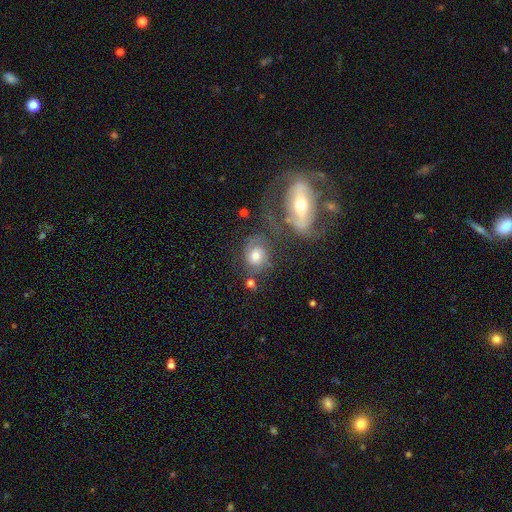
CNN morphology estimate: featured or disk 56%, smooth 33%, star or artifact 10%. Down the decision tree: edge-on disk — no (95%); bar — no (62%); spiral arms — yes (81%); bulge size — moderate (65%); merging — none (47%).